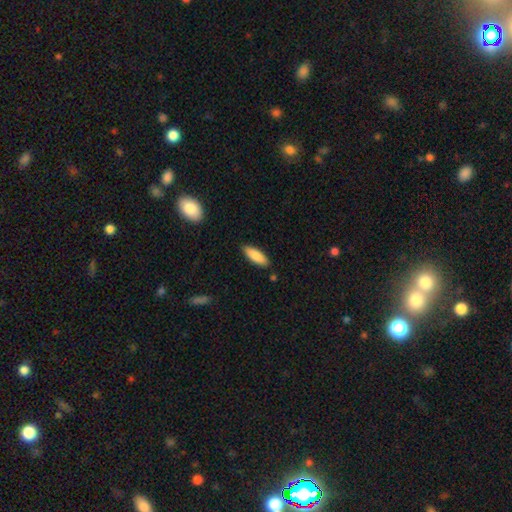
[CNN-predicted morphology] smooth_or_featured: smooth (p=0.85) [alt: featured or disk p=0.09]
how_rounded: in between (p=0.65) [alt: cigar-shaped p=0.33]
merging: none (p=0.86) [alt: minor disturbance p=0.10]